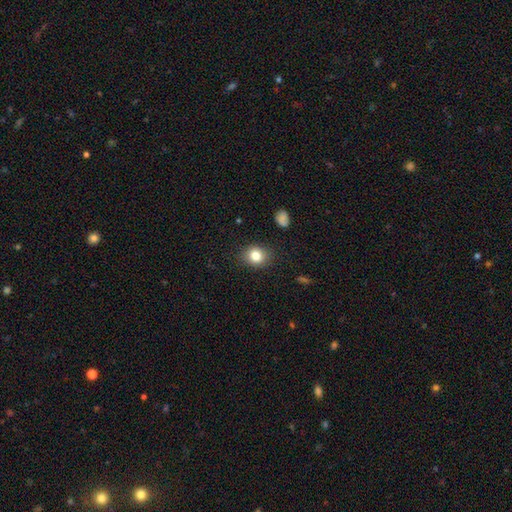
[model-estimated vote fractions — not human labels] smooth_or_featured: smooth (p=0.81) [alt: star or artifact p=0.11]
how_rounded: round (p=0.70) [alt: in between p=0.29]
merging: none (p=0.86) [alt: minor disturbance p=0.10]